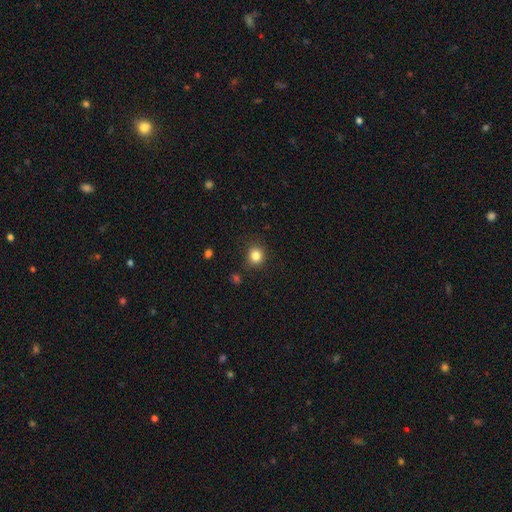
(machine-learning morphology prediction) Smooth or featured: smooth — 84% (star or artifact — 11%)
How rounded: round — 84% (in between — 15%)
Merging: none — 87% (minor disturbance — 9%)